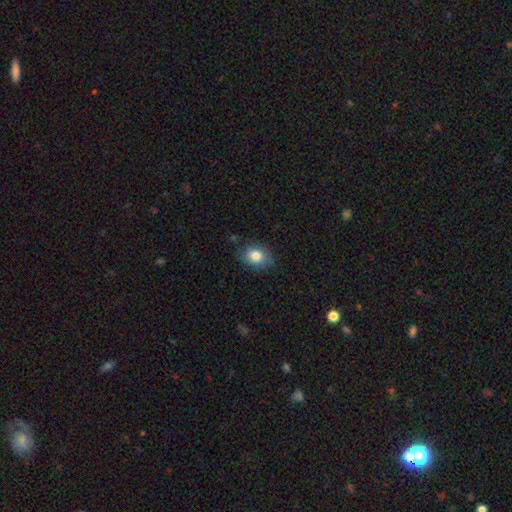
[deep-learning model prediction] Smooth or featured? Predicted: smooth (p=0.82). How rounded? Predicted: in between (p=0.64). Merging? Predicted: none (p=0.77).